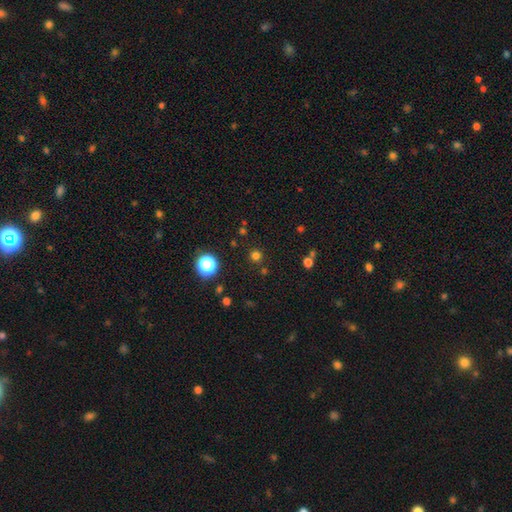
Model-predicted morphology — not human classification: Overall: smooth (71%). How rounded: round (95%). Merging: none (87%).